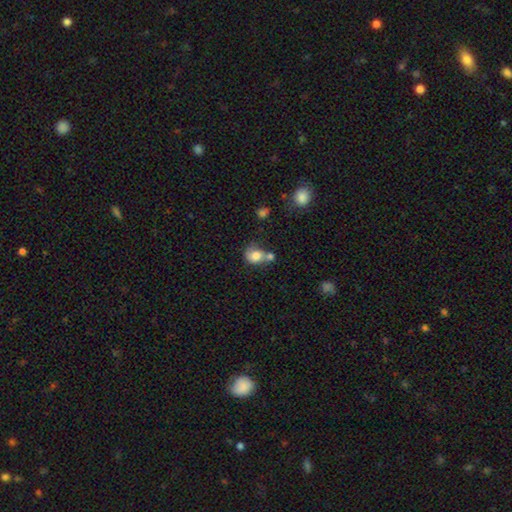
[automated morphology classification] smooth-or-featured: smooth: 75% | featured or disk: 15% | star or artifact: 9%
  how-rounded: round: 59% | in between: 40% | cigar-shaped: 1%
  merging: merger: 40% | none: 31% | minor disturbance: 18% | major disturbance: 11%